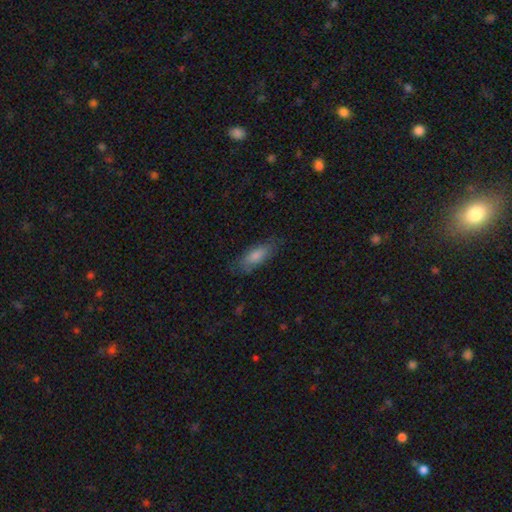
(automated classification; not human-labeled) Overall: smooth (76%). How rounded: in between (62%; cigar-shaped 36%). Merging: none (79%).